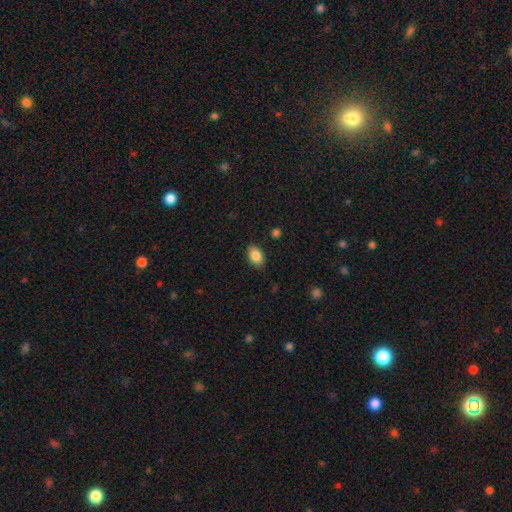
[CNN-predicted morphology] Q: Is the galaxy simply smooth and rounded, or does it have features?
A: smooth — 86%.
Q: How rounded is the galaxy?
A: in between — 82%.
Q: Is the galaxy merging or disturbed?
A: none — 85%.